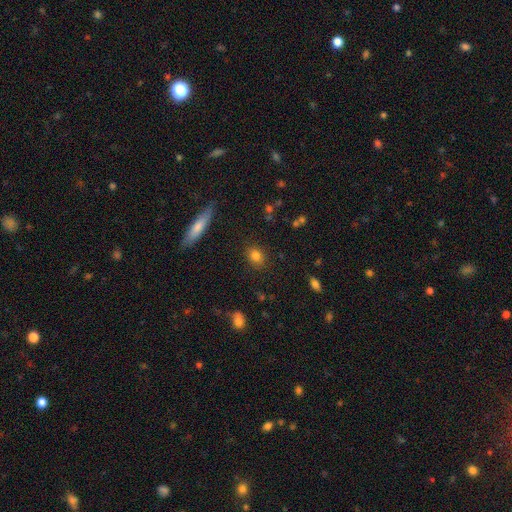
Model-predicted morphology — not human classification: This is clearly a smooth galaxy (82%). How rounded: possibly in between (50%). Merging: clearly none (86%).